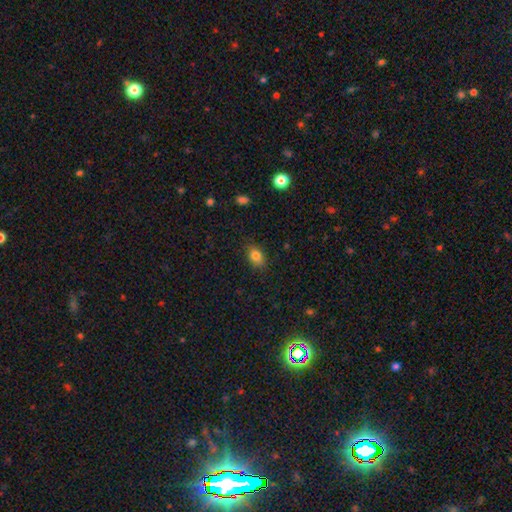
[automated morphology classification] smooth_or_featured: smooth (p=0.82) [alt: star or artifact p=0.11]
how_rounded: in between (p=0.74) [alt: round p=0.25]
merging: none (p=0.82) [alt: minor disturbance p=0.13]